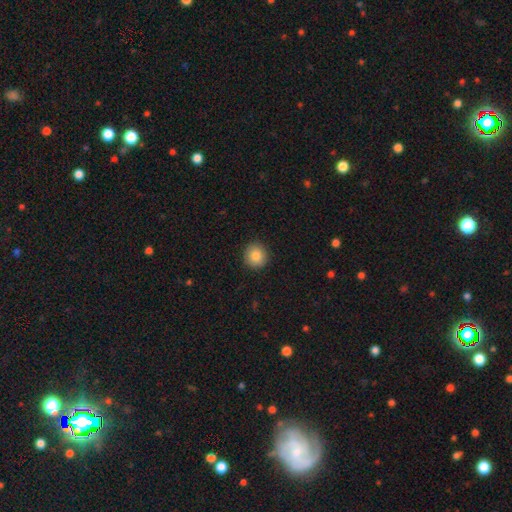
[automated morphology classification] smooth-or-featured: smooth: 85% | star or artifact: 9% | featured or disk: 6%
  how-rounded: round: 91% | in between: 8% | cigar-shaped: 1%
  merging: none: 91% | minor disturbance: 6% | major disturbance: 2% | merger: 1%